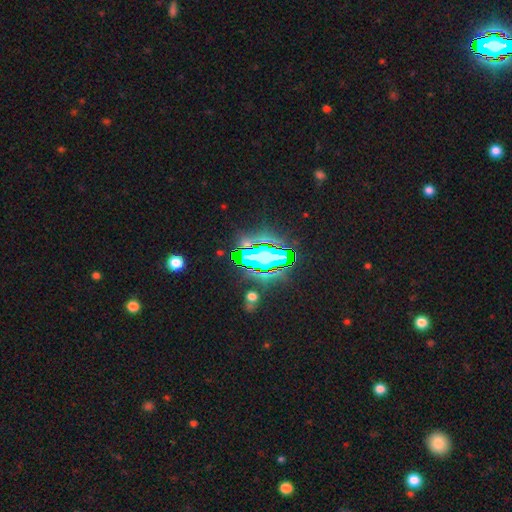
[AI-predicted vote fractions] smooth-or-featured: star or artifact: 71% | featured or disk: 15% | smooth: 14%